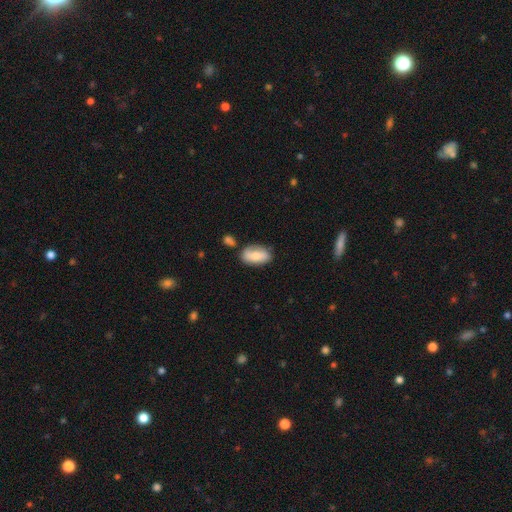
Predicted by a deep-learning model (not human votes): A smooth galaxy with no disk features (72%) that is in between round and cigar-shaped (92%).

Vote fractions:
- Smooth or featured? smooth: 72% / featured or disk: 22% / star or artifact: 7%
- How rounded? in between: 92% / round: 4% / cigar-shaped: 3%
- Merging? none: 68% / minor disturbance: 20% / merger: 8% / major disturbance: 4%